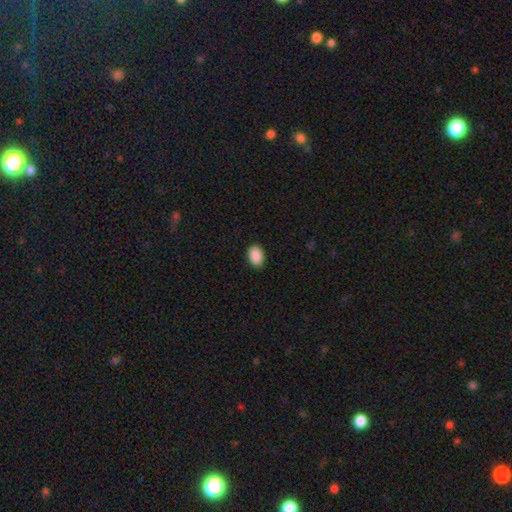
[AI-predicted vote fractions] This appears to be a smooth galaxy with no disk features (90%) that is in between round and cigar-shaped (85%). Merging: none (90%).